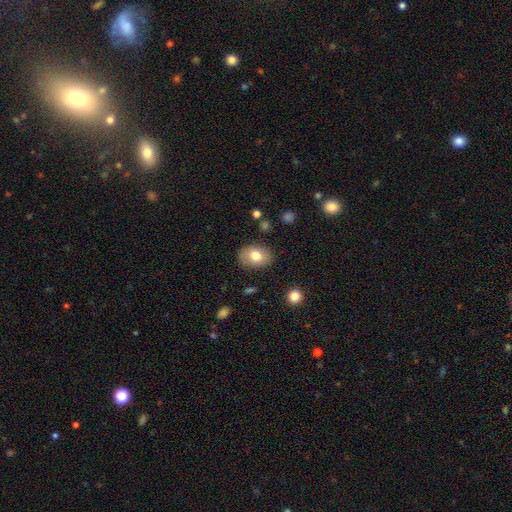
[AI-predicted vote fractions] A smooth galaxy with no disk features (75%) that is in between round and cigar-shaped (67%).

Vote fractions:
- Smooth or featured? smooth: 75% / featured or disk: 17% / star or artifact: 8%
- How rounded? in between: 67% / round: 32% / cigar-shaped: 1%
- Merging? none: 83% / minor disturbance: 12% / major disturbance: 3% / merger: 2%